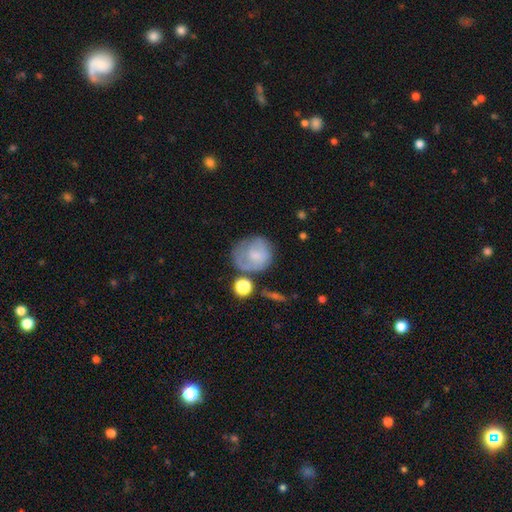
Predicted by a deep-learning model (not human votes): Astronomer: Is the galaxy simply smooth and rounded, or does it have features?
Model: smooth — 55% (runner-up: featured or disk, 36%).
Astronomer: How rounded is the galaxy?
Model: round — 78%.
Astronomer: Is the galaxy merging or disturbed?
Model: none — 49% (runner-up: minor disturbance, 25%).